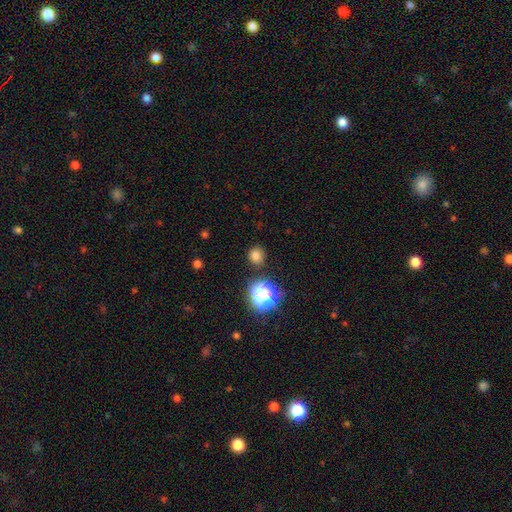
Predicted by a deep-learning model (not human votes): smooth-or-featured: smooth: 76% | star or artifact: 19% | featured or disk: 5%
  how-rounded: round: 84% | in between: 15% | cigar-shaped: 1%
  merging: none: 87% | minor disturbance: 8% | major disturbance: 3% | merger: 2%